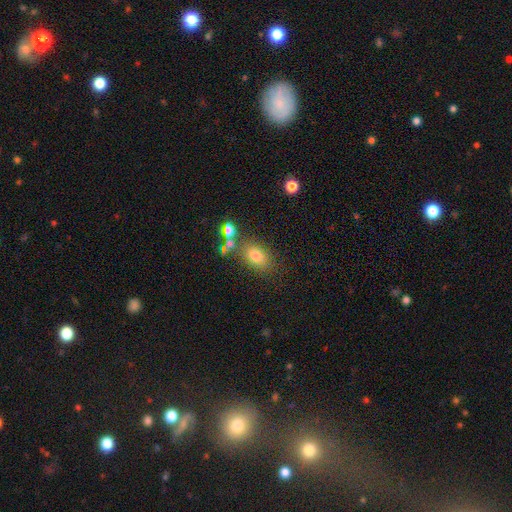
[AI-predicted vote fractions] Overall: smooth (78%). How rounded: in between (79%). Merging: none (65%).